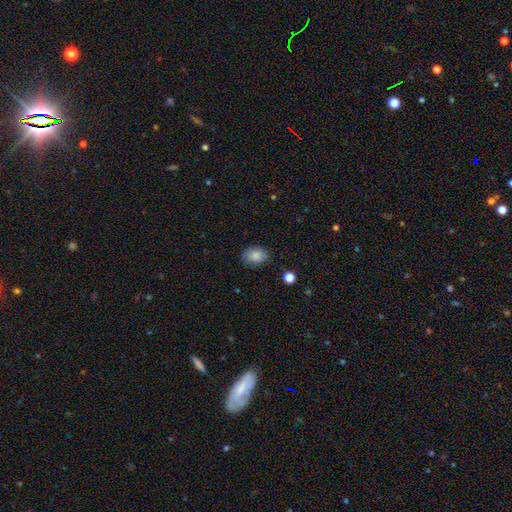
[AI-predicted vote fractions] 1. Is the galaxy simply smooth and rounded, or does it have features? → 86% smooth, 8% star or artifact, 6% featured or disk.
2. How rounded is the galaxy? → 74% in between, 25% round, 1% cigar-shaped.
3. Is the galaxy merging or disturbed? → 83% none, 13% minor disturbance, 3% major disturbance, 1% merger.